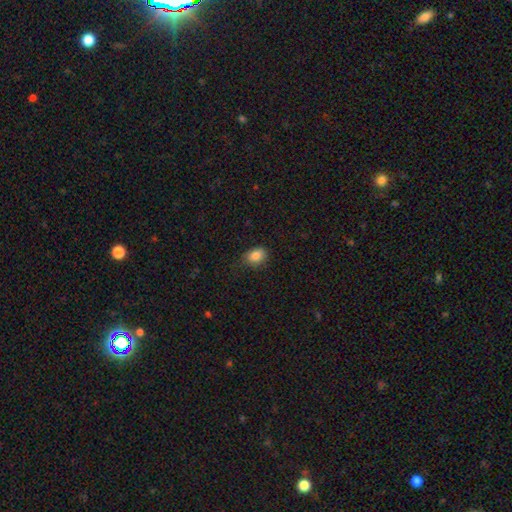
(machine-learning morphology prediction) smooth_or_featured: smooth (p=0.85) [alt: star or artifact p=0.09]
how_rounded: in between (p=0.74) [alt: round p=0.25]
merging: none (p=0.73) [alt: minor disturbance p=0.21]